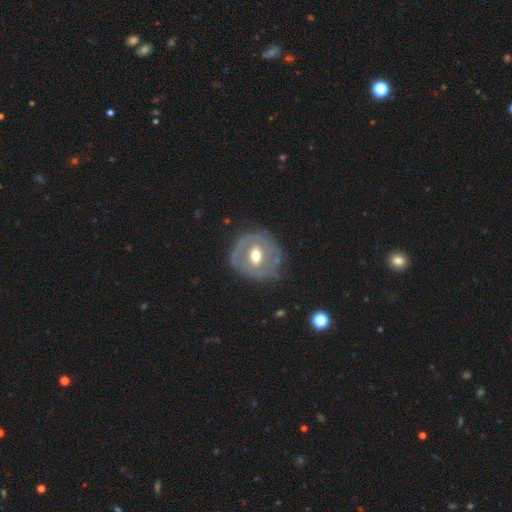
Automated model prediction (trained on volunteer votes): Q: Smooth or featured?
A: featured or disk (62%); runner-up: smooth (32%)
Q: Edge-on disk?
A: no (94%); runner-up: yes (6%)
Q: Bar?
A: weak (42%); runner-up: no (40%)
Q: Spiral arms?
A: no (68%); runner-up: yes (32%)
Q: Bulge size?
A: moderate (75%); runner-up: large (14%)
Q: Merging?
A: none (67%); runner-up: minor disturbance (22%)